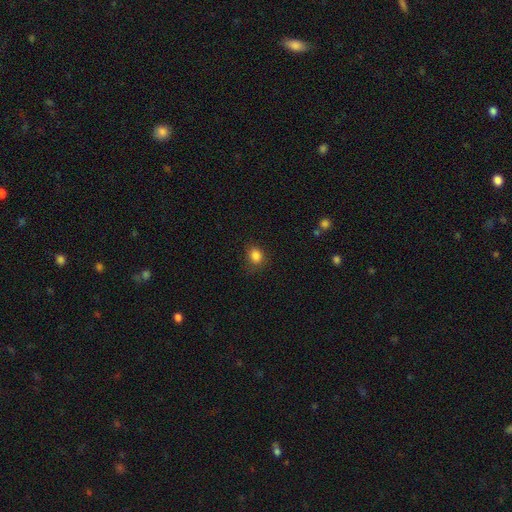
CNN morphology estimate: The model was most divided on "how rounded": round: 52%, in between: 47%, cigar-shaped: 1%. More confident: smooth or featured — smooth (84%); merging — none (74%).